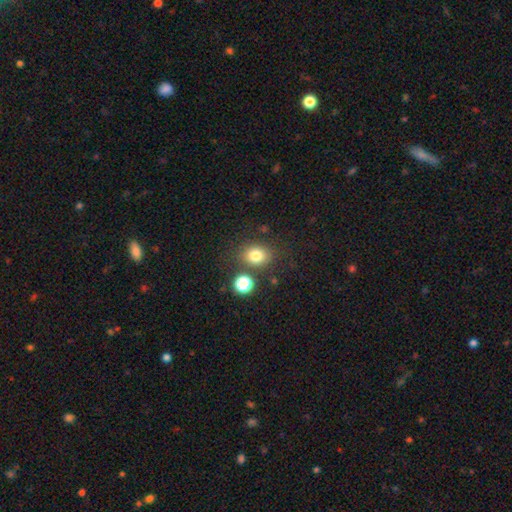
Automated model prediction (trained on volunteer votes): A smooth galaxy with no disk features (79%) that is round (56%).

Vote fractions:
- Smooth or featured? smooth: 79% / star or artifact: 13% / featured or disk: 8%
- How rounded? round: 56% / in between: 43% / cigar-shaped: 1%
- Merging? none: 77% / minor disturbance: 11% / merger: 8% / major disturbance: 4%